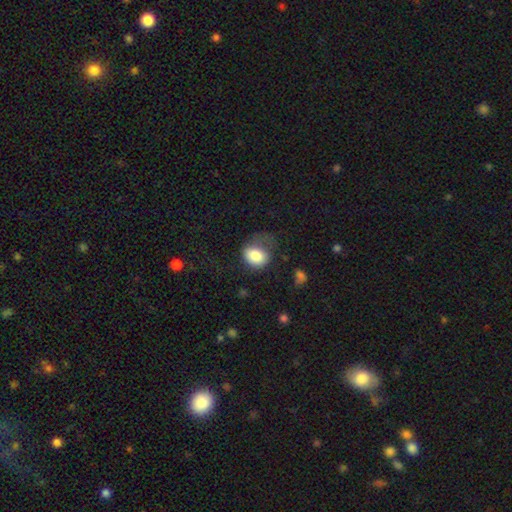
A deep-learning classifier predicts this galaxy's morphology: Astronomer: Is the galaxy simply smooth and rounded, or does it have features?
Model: smooth — 81%.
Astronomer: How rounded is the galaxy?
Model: in between — 55% (runner-up: round, 44%).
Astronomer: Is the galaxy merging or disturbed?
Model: none — 34%, tied with major disturbance at 34%.